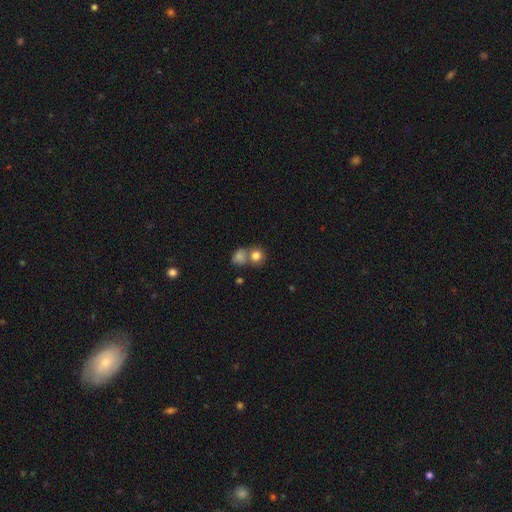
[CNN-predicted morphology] A smooth galaxy with no disk features (81%) that is round (83%). Merging: none (47%).